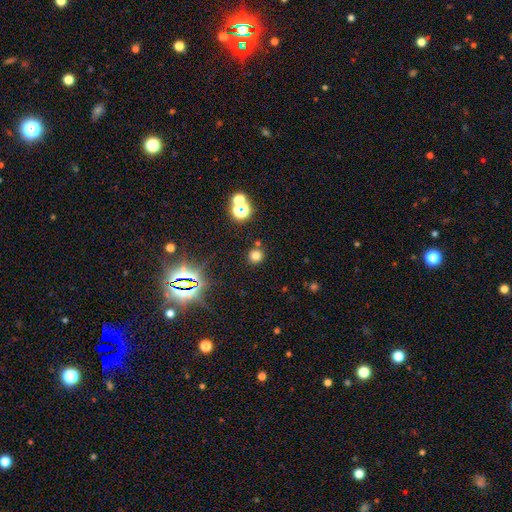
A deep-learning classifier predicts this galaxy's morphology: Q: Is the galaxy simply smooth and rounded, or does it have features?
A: smooth — 72%.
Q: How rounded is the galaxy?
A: round — 93%.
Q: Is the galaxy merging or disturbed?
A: none — 85%.